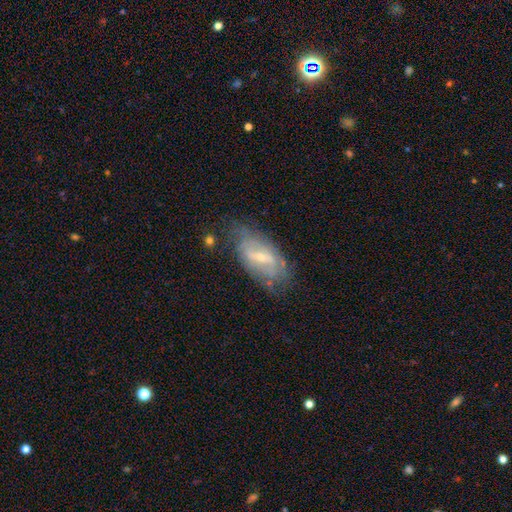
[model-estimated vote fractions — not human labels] This appears to be a featured or disk galaxy (62%) with a weak bar (50%), spiral arms (64%) and a small central bulge (54%). Merging: none (62%).